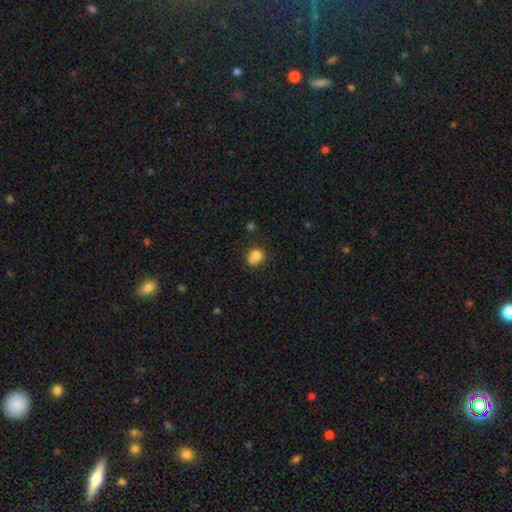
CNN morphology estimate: A smooth galaxy with no disk features (76%) that is round (70%).

Vote fractions:
- Smooth or featured? smooth: 76% / featured or disk: 13% / star or artifact: 11%
- How rounded? round: 70% / in between: 29% / cigar-shaped: 1%
- Merging? none: 43% / merger: 30% / minor disturbance: 20% / major disturbance: 8%